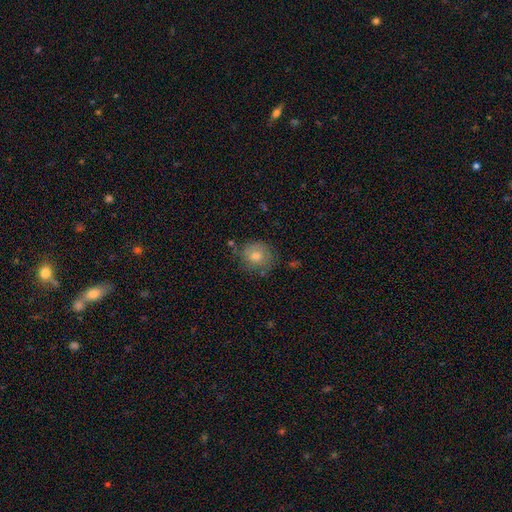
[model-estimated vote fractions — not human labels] A smooth galaxy with no disk features (65%) that is round (81%).

Vote fractions:
- Smooth or featured? smooth: 65% / featured or disk: 23% / star or artifact: 12%
- How rounded? round: 81% / in between: 18% / cigar-shaped: 1%
- Merging? none: 73% / minor disturbance: 18% / major disturbance: 5% / merger: 3%